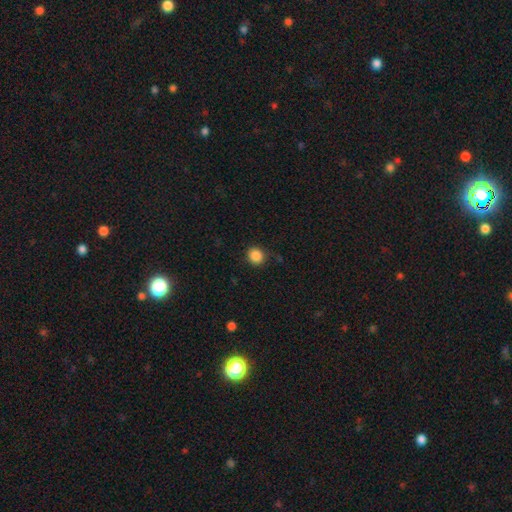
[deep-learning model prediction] smooth-or-featured: smooth: 87% | star or artifact: 10% | featured or disk: 3%
  how-rounded: round: 87% | in between: 12% | cigar-shaped: 1%
  merging: none: 86% | minor disturbance: 10% | major disturbance: 3% | merger: 1%